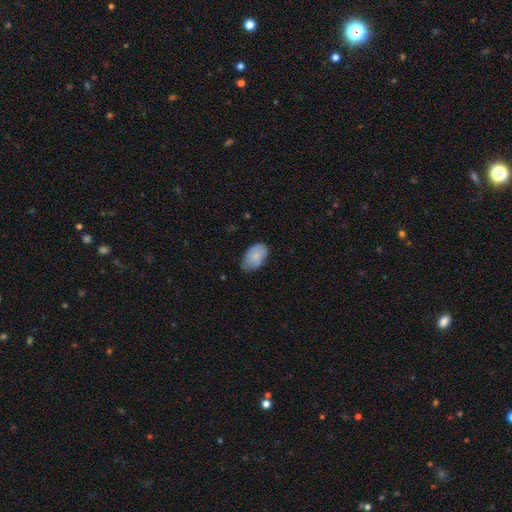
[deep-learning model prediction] smooth-or-featured: smooth: 79% | featured or disk: 14% | star or artifact: 7%
  how-rounded: in between: 91% | round: 7% | cigar-shaped: 1%
  merging: none: 65% | minor disturbance: 29% | major disturbance: 5% | merger: 2%